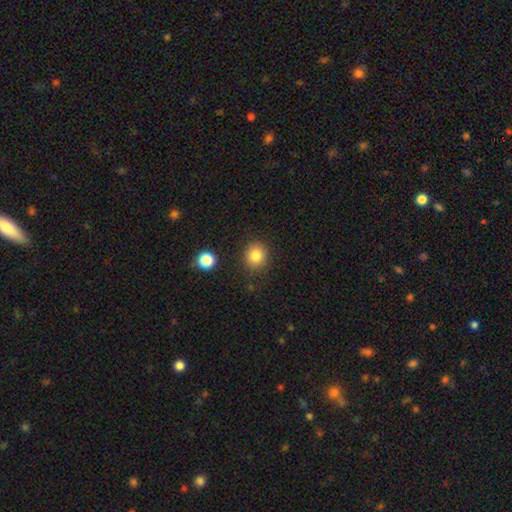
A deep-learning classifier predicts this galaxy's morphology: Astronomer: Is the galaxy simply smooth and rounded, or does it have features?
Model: smooth — 83%.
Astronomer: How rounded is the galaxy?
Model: round — 82%.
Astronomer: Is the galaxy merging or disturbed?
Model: none — 86%.